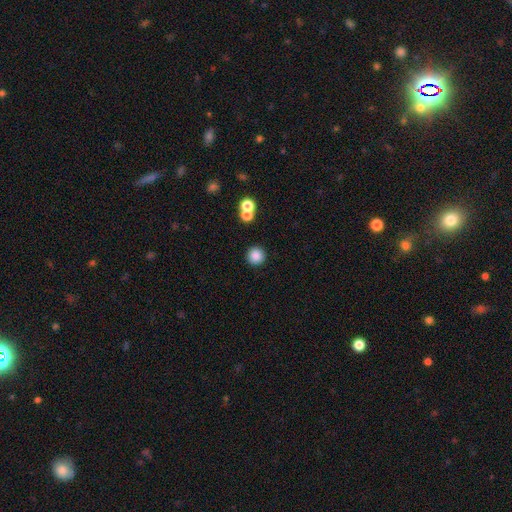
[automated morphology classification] Smooth or featured: smooth — 85% (star or artifact — 11%)
How rounded: round — 95% (in between — 4%)
Merging: none — 87% (minor disturbance — 6%)